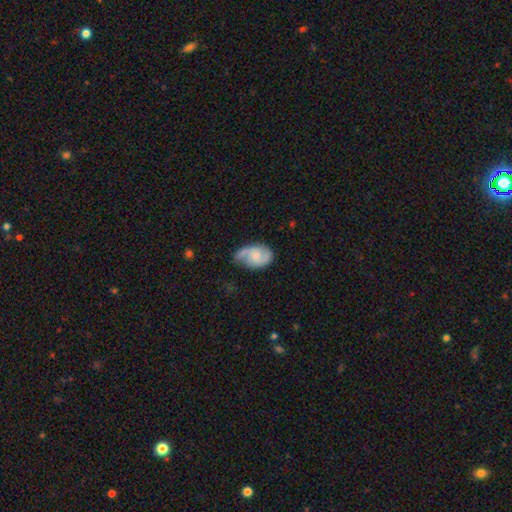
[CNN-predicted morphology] The model was most divided on "bulge size": small: 40%, moderate: 33%, none: 20%, large: 5%, dominant: 1%. Remaining: edge-on disk — no (97%); spiral arms — yes (94%); spiral arm count — 2 (83%); smooth or featured — featured or disk (70%); bar — no (60%); merging — none (59%); spiral winding — medium (47%).